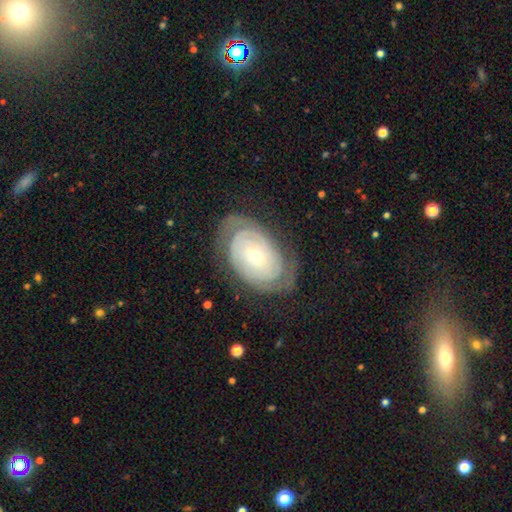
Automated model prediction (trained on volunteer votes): Q: Smooth or featured?
A: featured or disk (78%); runner-up: smooth (16%)
Q: Edge-on disk?
A: no (95%); runner-up: yes (5%)
Q: Bar?
A: no (77%); runner-up: weak (17%)
Q: Spiral arms?
A: yes (85%); runner-up: no (15%)
Q: Spiral winding?
A: tight (75%); runner-up: medium (18%)
Q: Spiral arm count?
A: 2 (45%); runner-up: can't tell (34%)
Q: Bulge size?
A: small (60%); runner-up: moderate (36%)
Q: Merging?
A: none (71%); runner-up: minor disturbance (17%)